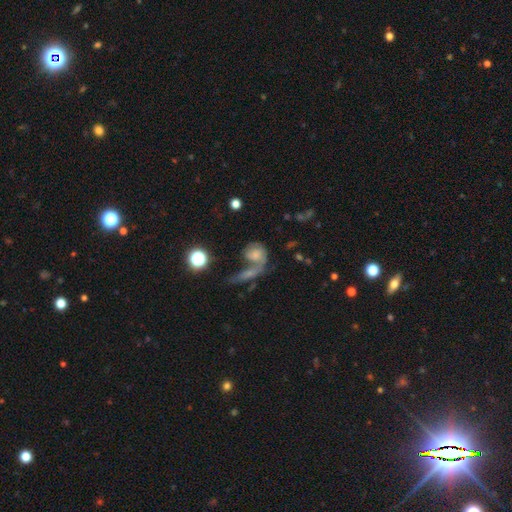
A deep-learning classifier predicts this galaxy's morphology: This is possibly a smooth galaxy (52%). How rounded: possibly round (57%). Merging: possibly merger (52%).